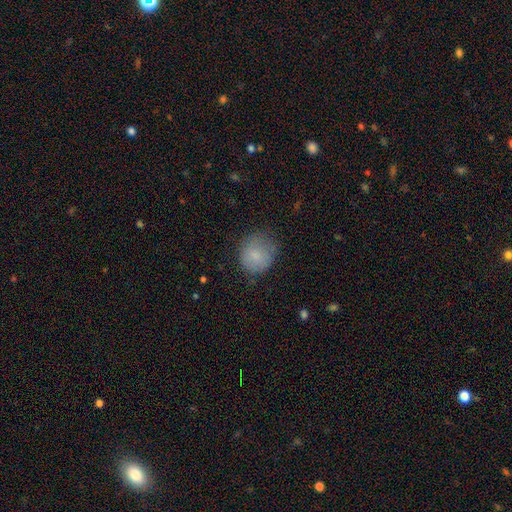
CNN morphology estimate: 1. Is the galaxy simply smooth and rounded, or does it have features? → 81% smooth, 11% featured or disk, 8% star or artifact.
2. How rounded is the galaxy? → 79% round, 20% in between, 1% cigar-shaped.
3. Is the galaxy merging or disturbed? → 62% none, 27% minor disturbance, 9% major disturbance, 1% merger.